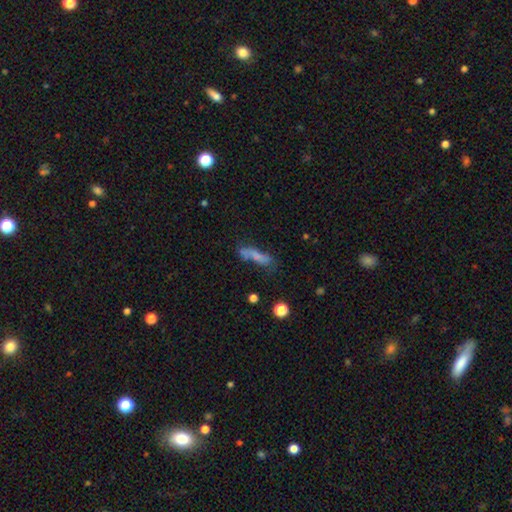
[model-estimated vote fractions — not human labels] Smooth or featured?
  - smooth: 62% *
  - featured or disk: 26%
  - star or artifact: 12%
How rounded?
  - cigar-shaped: 65% *
  - in between: 32%
  - round: 4%
Merging?
  - none: 44% *
  - minor disturbance: 24%
  - merger: 16%
  - major disturbance: 16%